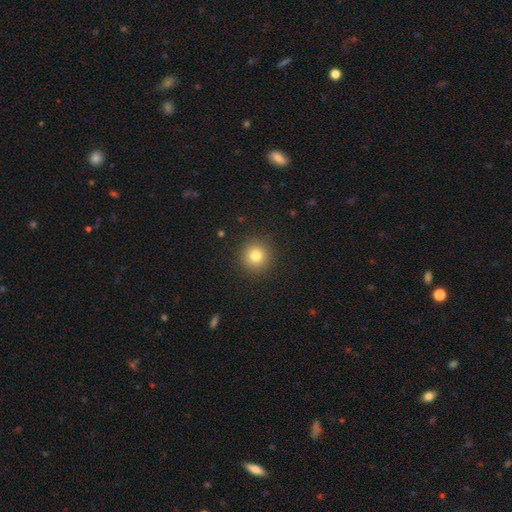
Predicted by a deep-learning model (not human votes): The model was most divided on "smooth or featured": smooth: 80%, star or artifact: 13%, featured or disk: 8%. More confident: how rounded — round (94%); merging — none (91%).